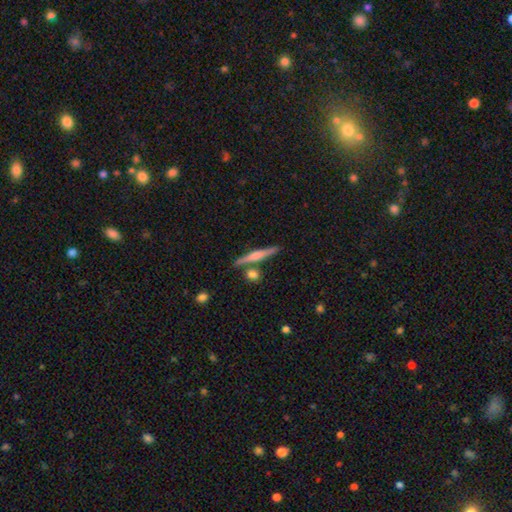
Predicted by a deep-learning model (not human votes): A featured or disk galaxy (59%) viewed edge-on (97%) with a rounded central bulge (71%). Merging: none (81%).